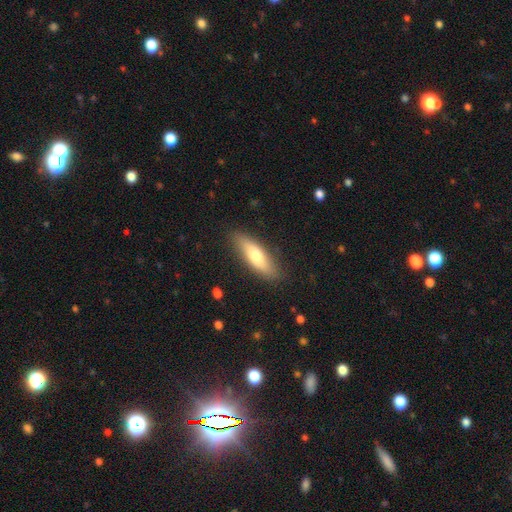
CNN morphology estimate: type=smooth (65%); roundness=cigar-shaped (50%); merging=none (85%).